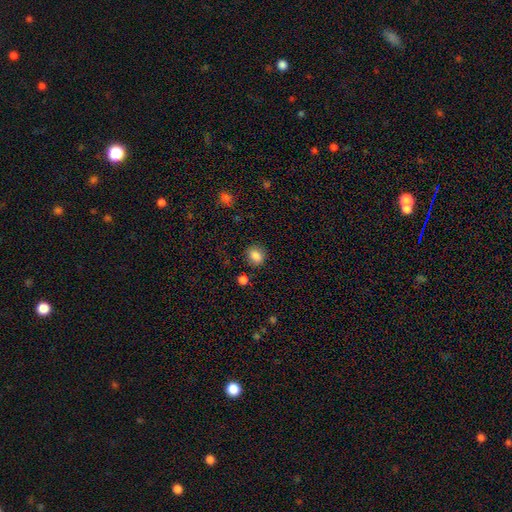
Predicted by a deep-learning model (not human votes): The model was most divided on "how rounded": round: 53%, in between: 46%, cigar-shaped: 1%. More confident: smooth or featured — smooth (85%); merging — none (83%).